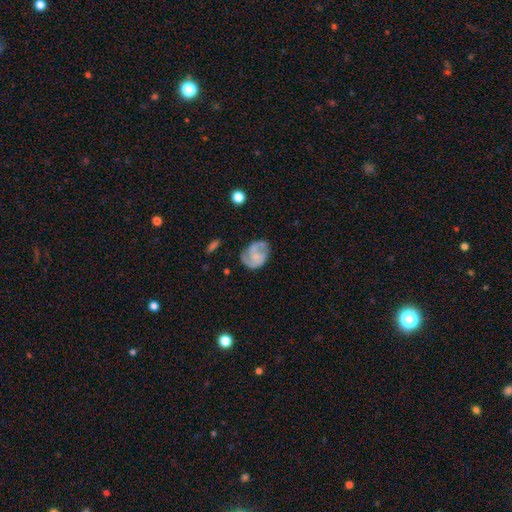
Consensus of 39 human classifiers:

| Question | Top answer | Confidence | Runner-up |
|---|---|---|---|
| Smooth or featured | featured or disk | 72% | smooth (26%) |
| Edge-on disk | no | 100% | — |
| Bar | no | 71% | weak (25%) |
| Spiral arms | yes | 89% | no (11%) |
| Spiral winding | tight | 48% | medium (40%) |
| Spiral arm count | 2 | 64% | can't tell (28%) |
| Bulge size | small | 57% | none (25%) |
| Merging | none | 74% | minor disturbance (18%) |